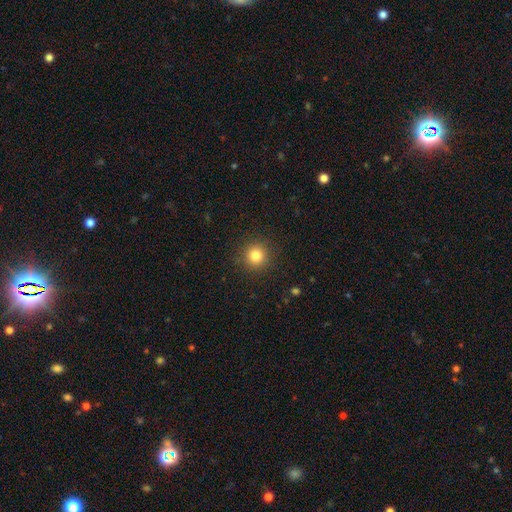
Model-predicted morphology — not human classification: type=smooth (82%); roundness=round (94%); merging=none (91%).